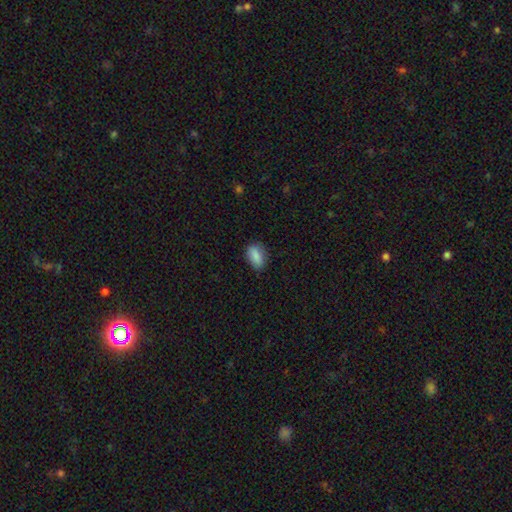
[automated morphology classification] Q: Smooth or featured?
A: smooth (87%); runner-up: star or artifact (7%)
Q: How rounded?
A: in between (88%); runner-up: round (8%)
Q: Merging?
A: none (80%); runner-up: minor disturbance (16%)